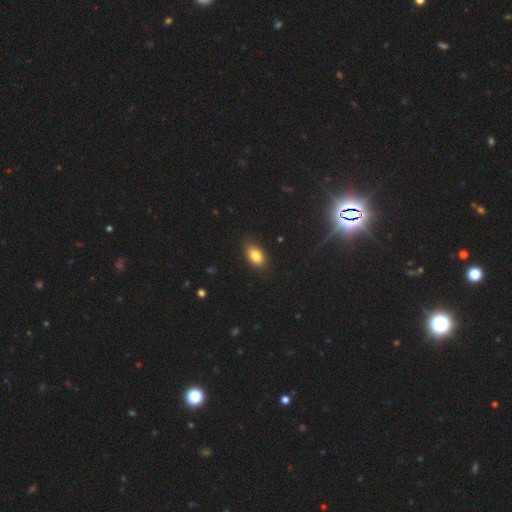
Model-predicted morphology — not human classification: Smooth or featured: smooth — 81% (featured or disk — 10%)
How rounded: in between — 88% (round — 8%)
Merging: none — 84% (minor disturbance — 12%)